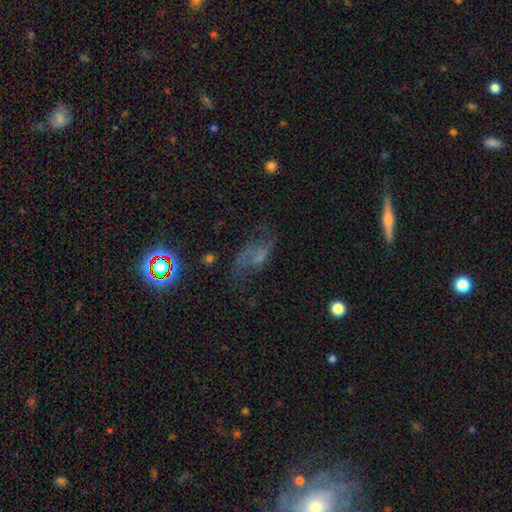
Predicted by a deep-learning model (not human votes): smooth-or-featured: featured or disk: 55% | smooth: 24% | star or artifact: 22%
  disk-edge-on: no: 94% | yes: 6%
    bar: no: 59% | weak: 32% | strong: 9%
    has-spiral-arms: yes: 78% | no: 22%
    bulge-size: none: 43% | small: 32% | moderate: 18% | large: 4% | dominant: 2%
  merging: none: 49% | major disturbance: 26% | minor disturbance: 22% | merger: 3%